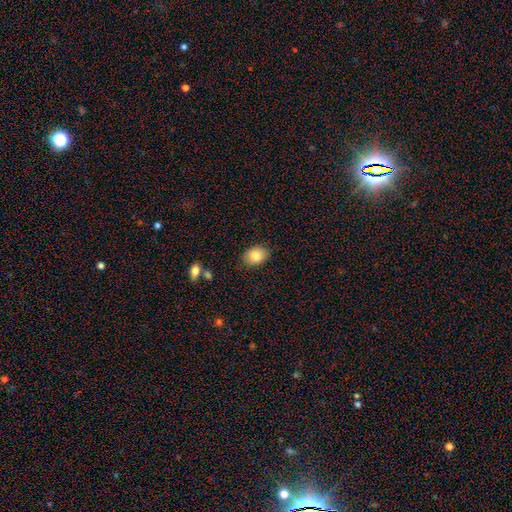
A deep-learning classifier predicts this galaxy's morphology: smooth_or_featured: smooth (p=0.84) [alt: featured or disk p=0.08]
how_rounded: in between (p=0.71) [alt: round p=0.28]
merging: none (p=0.83) [alt: minor disturbance p=0.13]